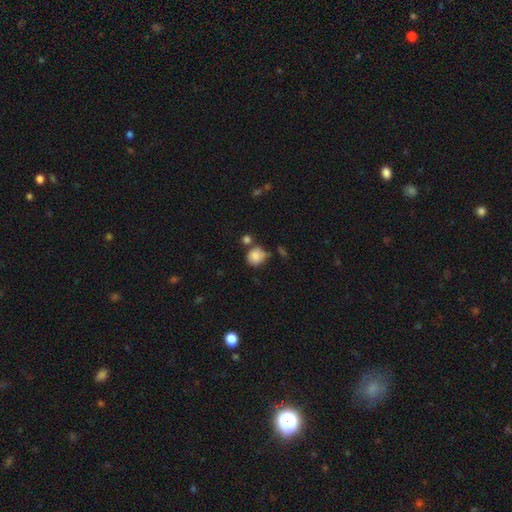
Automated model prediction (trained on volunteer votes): smooth-or-featured: smooth: 85% | star or artifact: 9% | featured or disk: 6%
  how-rounded: round: 85% | in between: 14% | cigar-shaped: 1%
  merging: none: 60% | minor disturbance: 17% | merger: 17% | major disturbance: 5%